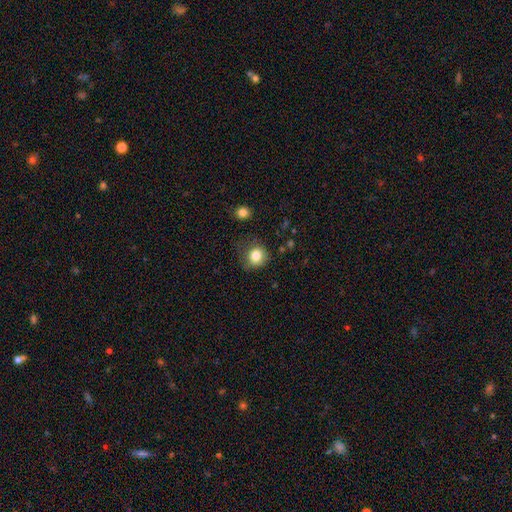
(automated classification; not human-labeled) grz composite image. It shows a smooth galaxy with no disk features (81%) that is round (83%). Merging: none (69%).